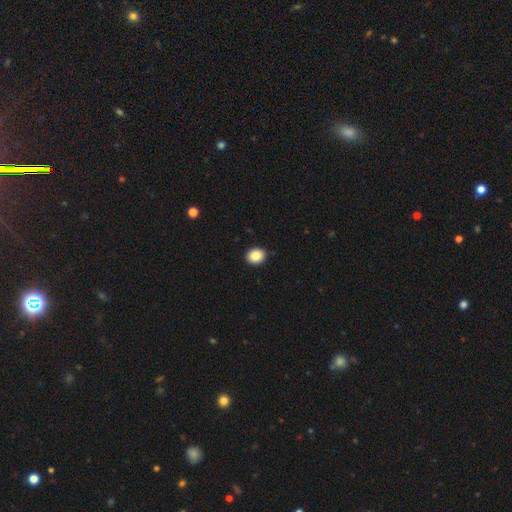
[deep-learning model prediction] Smooth or featured? Predicted: smooth (p=0.88). How rounded? Predicted: round (p=0.55). Merging? Predicted: none (p=0.91).